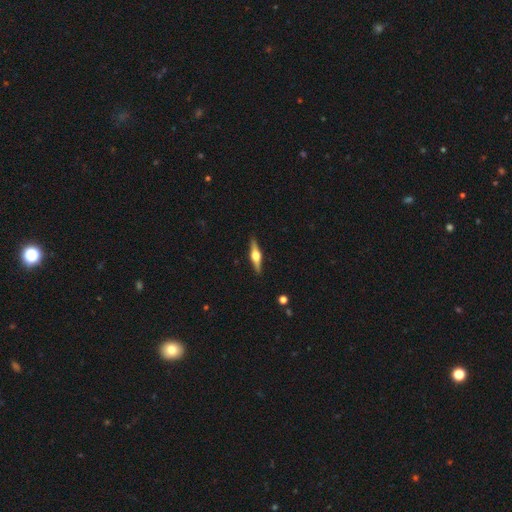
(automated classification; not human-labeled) The model was most divided on "smooth or featured": featured or disk: 72%, smooth: 22%, star or artifact: 6%. More confident: edge-on disk — yes (97%); edge-on bulge — rounded (94%); merging — none (90%).